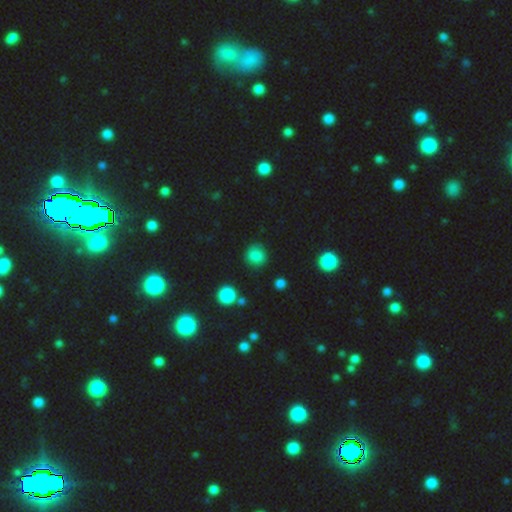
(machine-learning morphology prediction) smooth-or-featured: smooth: 81% | star or artifact: 14% | featured or disk: 5%
  how-rounded: round: 86% | in between: 13% | cigar-shaped: 1%
  merging: none: 84% | minor disturbance: 11% | major disturbance: 4% | merger: 2%